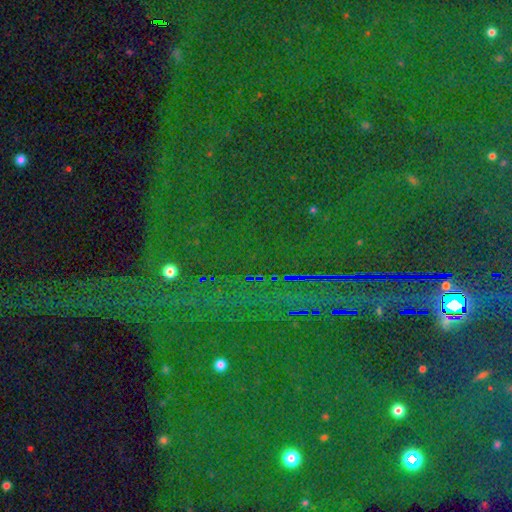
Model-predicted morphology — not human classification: Smooth or featured? Predicted: star or artifact (p=0.88).